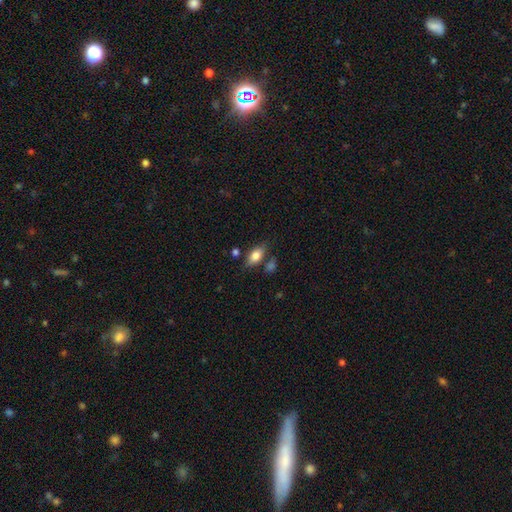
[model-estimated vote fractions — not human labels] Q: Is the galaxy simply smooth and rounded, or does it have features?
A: smooth — 75%.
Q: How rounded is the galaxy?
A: in between — 85%.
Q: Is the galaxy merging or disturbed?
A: none — 70%.